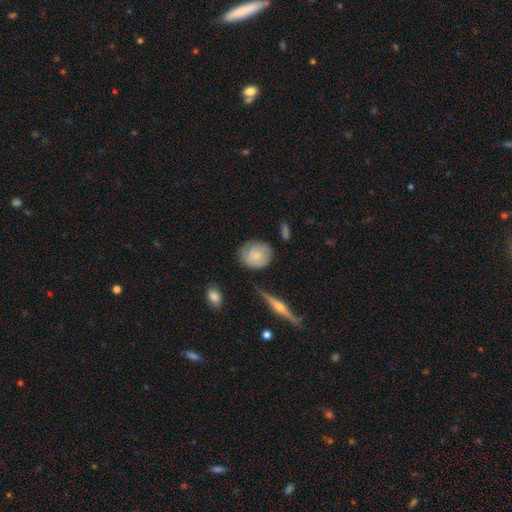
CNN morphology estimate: A smooth galaxy with no disk features (59%) that is round (68%).

Vote fractions:
- Smooth or featured? smooth: 59% / featured or disk: 34% / star or artifact: 7%
- How rounded? round: 68% / in between: 30% / cigar-shaped: 2%
- Merging? none: 70% / minor disturbance: 22% / major disturbance: 6% / merger: 3%